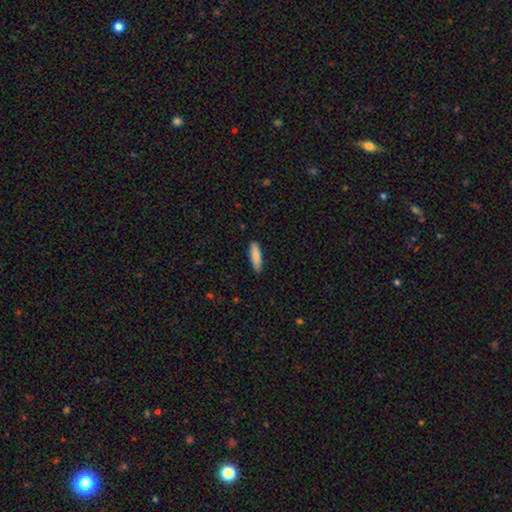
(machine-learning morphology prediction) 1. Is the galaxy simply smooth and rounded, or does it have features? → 86% smooth, 9% featured or disk, 5% star or artifact.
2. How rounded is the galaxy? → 66% cigar-shaped, 32% in between, 1% round.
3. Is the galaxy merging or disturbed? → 88% none, 10% minor disturbance, 2% major disturbance, 1% merger.